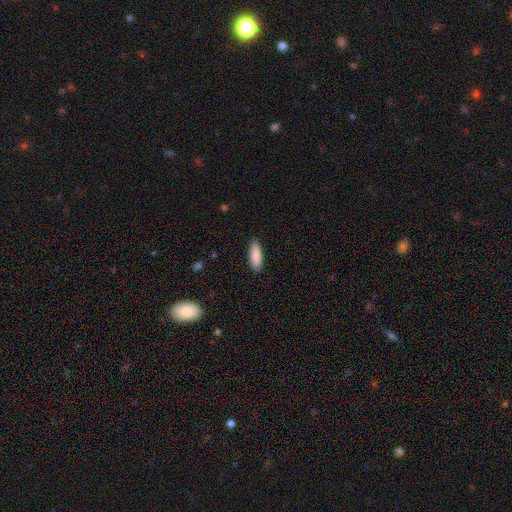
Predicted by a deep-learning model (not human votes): This appears to be a smooth galaxy with no disk features (88%) that is in between round and cigar-shaped (59%). Merging: none (87%).